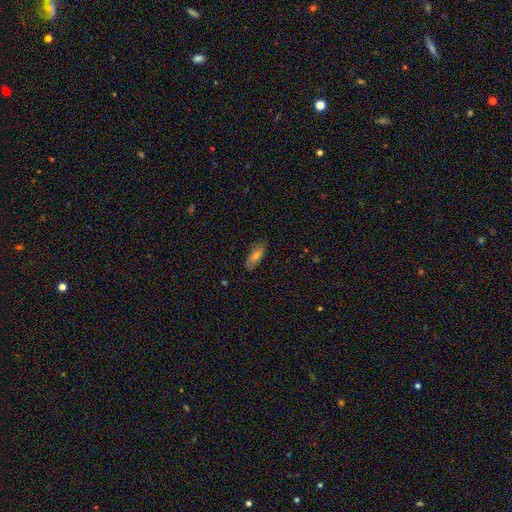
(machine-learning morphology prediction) Q: Smooth or featured?
A: smooth (57%); runner-up: featured or disk (32%)
Q: How rounded?
A: in between (70%); runner-up: cigar-shaped (27%)
Q: Merging?
A: none (82%); runner-up: minor disturbance (14%)